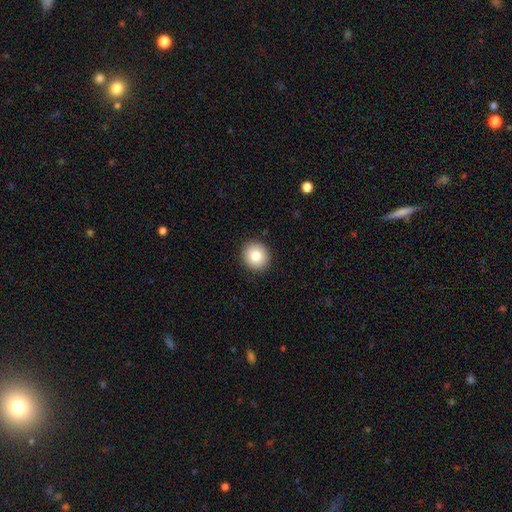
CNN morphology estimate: This appears to be a smooth galaxy with no disk features (82%) that is round (89%). Merging: none (91%).